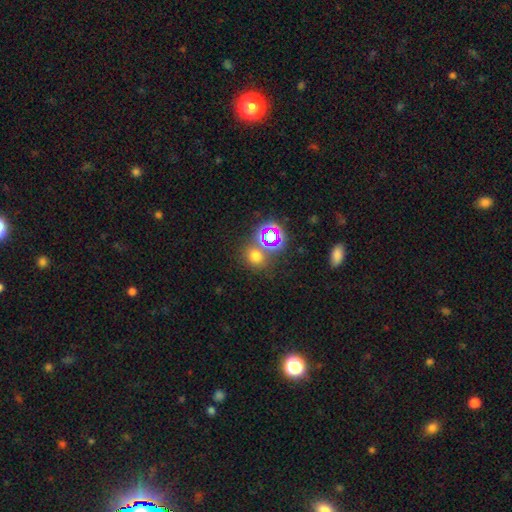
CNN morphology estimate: Smooth or featured? smooth (58%)
How rounded? round (78%)
Merging? none (69%)